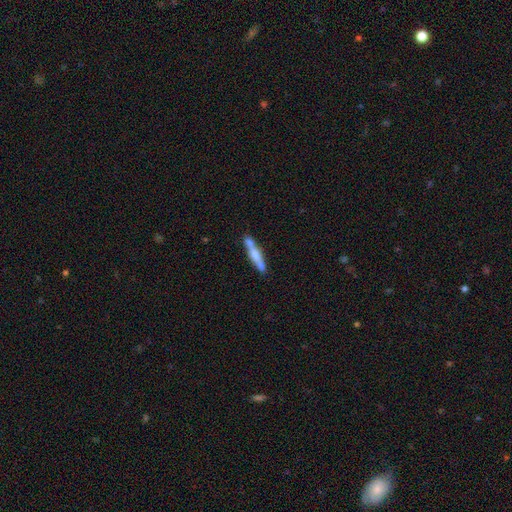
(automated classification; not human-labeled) Morphology: type=smooth (54%); roundness=cigar-shaped (89%); merging=none (65%).